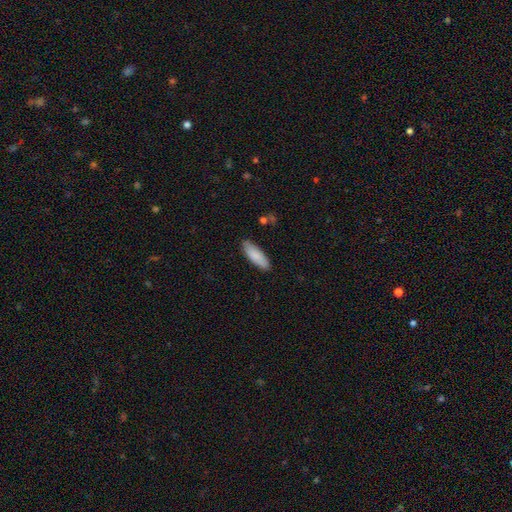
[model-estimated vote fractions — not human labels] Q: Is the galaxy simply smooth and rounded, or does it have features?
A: smooth — 86%.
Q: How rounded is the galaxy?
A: in between — 59%.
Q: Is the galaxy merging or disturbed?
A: none — 85%.